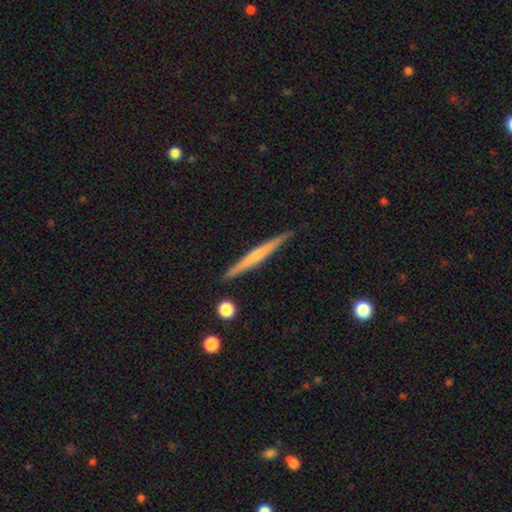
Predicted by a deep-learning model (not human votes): This is possibly a featured or disk galaxy (52%). It is clearly viewed edge-on (97%). Edge-on bulge: likely none (67%). Merging: clearly none (90%).